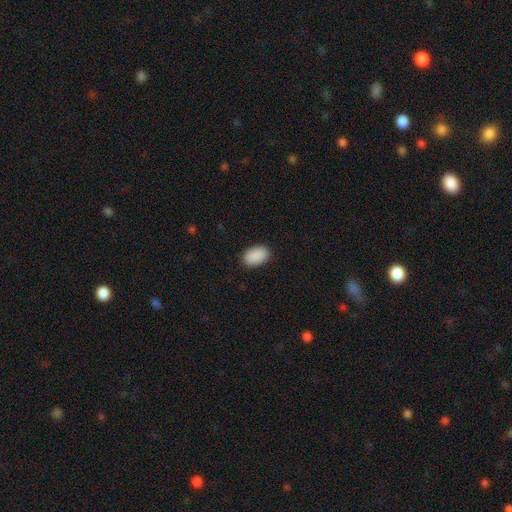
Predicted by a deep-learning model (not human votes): Smooth or featured? Predicted: smooth (p=0.91). How rounded? Predicted: in between (p=0.90). Merging? Predicted: none (p=0.89).